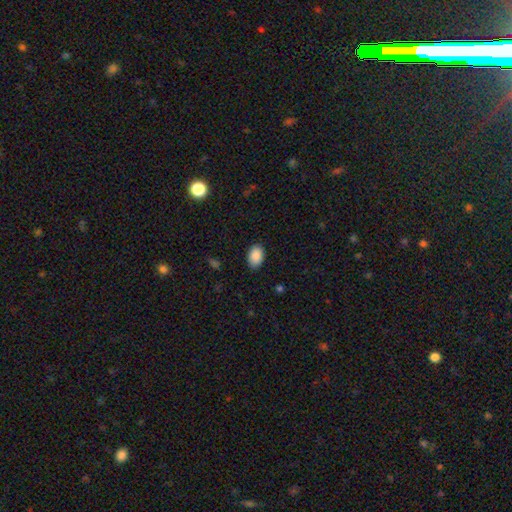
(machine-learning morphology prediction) smooth 89%, star or artifact 7%, featured or disk 4%. Down the decision tree: how rounded — in between (89%); merging — none (86%).